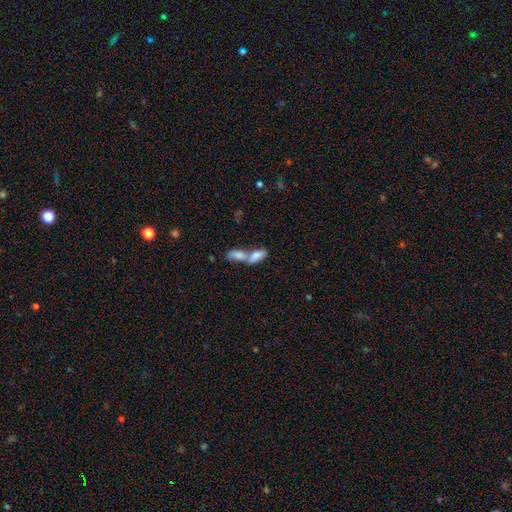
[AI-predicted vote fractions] smooth-or-featured: smooth: 76% | featured or disk: 16% | star or artifact: 8%
  how-rounded: in between: 80% | cigar-shaped: 16% | round: 4%
  merging: merger: 78% | none: 14% | minor disturbance: 5% | major disturbance: 3%